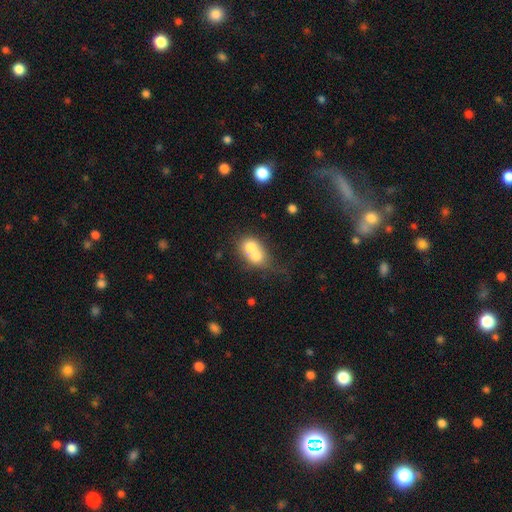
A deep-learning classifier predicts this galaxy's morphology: Overall: smooth (66%). How rounded: round (57%; in between 42%). Merging: merger (72%).